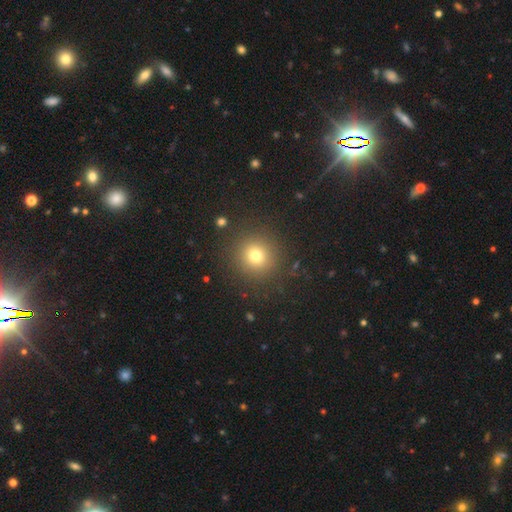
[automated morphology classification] Smooth or featured: smooth — 75% (star or artifact — 16%)
How rounded: round — 93% (in between — 6%)
Merging: none — 88% (minor disturbance — 7%)